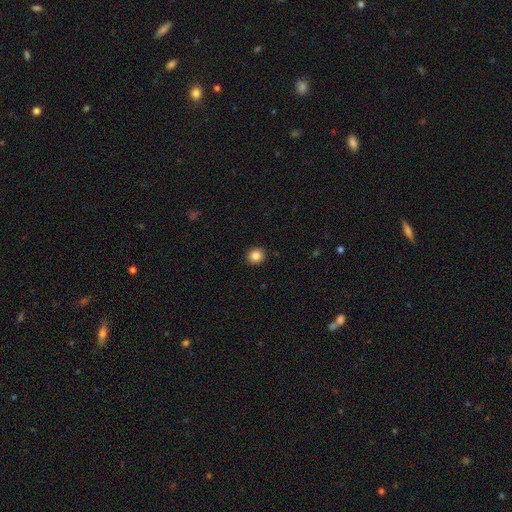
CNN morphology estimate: The model was most divided on "how rounded": round: 87%, in between: 12%, cigar-shaped: 1%. More confident: merging — none (92%); smooth or featured — smooth (85%).